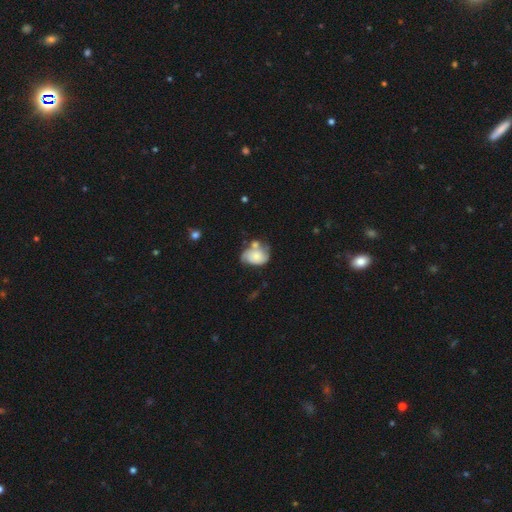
A smooth galaxy with no disk features (57%) that is in between round and cigar-shaped (91%).

Vote fractions:
- Smooth or featured? smooth: 57% / featured or disk: 35% / star or artifact: 8%
- How rounded? in between: 91% / round: 9% / cigar-shaped: 0%
- Merging? none: 38% / minor disturbance: 30% / merger: 19% / major disturbance: 14%